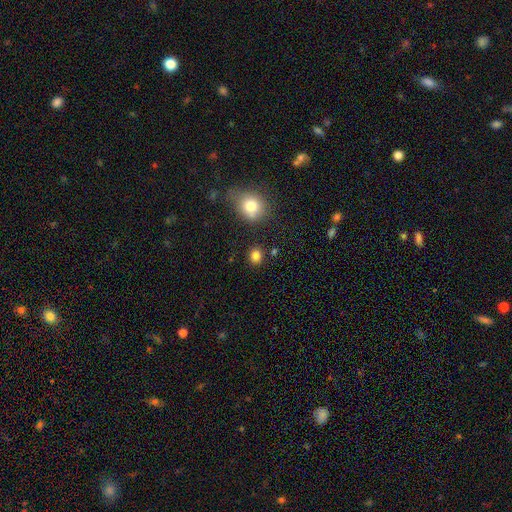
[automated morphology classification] smooth 83%, star or artifact 12%, featured or disk 5%. Down the decision tree: how rounded — round (80%); merging — none (86%).